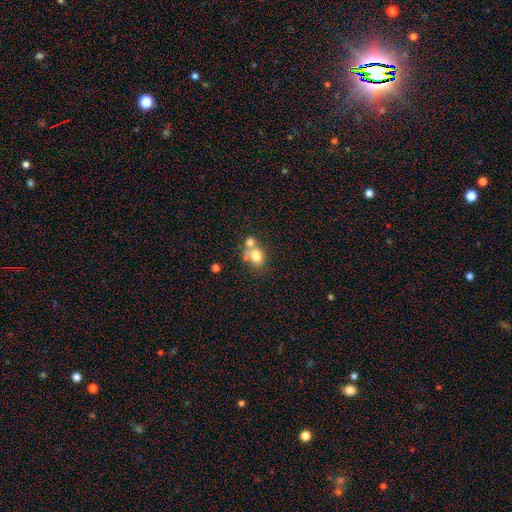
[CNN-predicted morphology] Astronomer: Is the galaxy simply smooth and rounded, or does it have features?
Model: smooth — 74%.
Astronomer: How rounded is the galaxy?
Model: round — 55% (runner-up: in between, 44%).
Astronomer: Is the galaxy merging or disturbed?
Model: merger — 50% (runner-up: none, 34%).